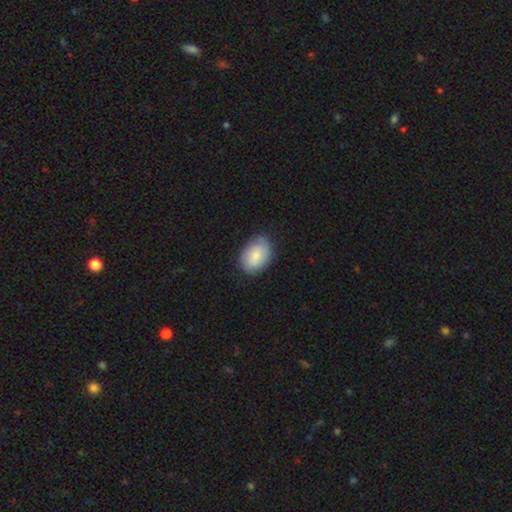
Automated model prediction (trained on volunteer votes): smooth 82%, featured or disk 12%, star or artifact 6%. Down the decision tree: how rounded — in between (86%); merging — none (77%).